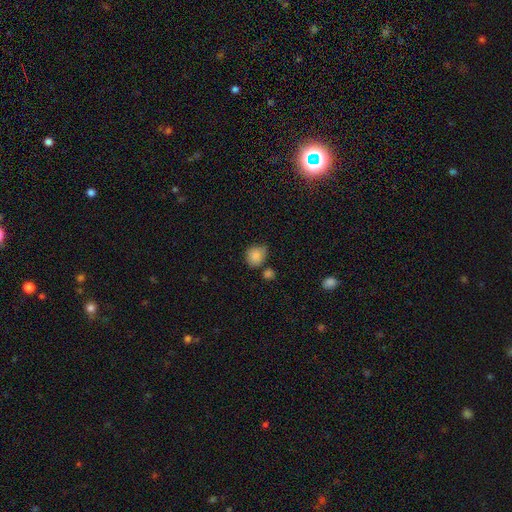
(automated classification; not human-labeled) Smooth or featured?
  - smooth: 85% *
  - star or artifact: 9%
  - featured or disk: 6%
How rounded?
  - round: 69% *
  - in between: 30%
  - cigar-shaped: 1%
Merging?
  - none: 55% *
  - minor disturbance: 28%
  - merger: 11%
  - major disturbance: 6%